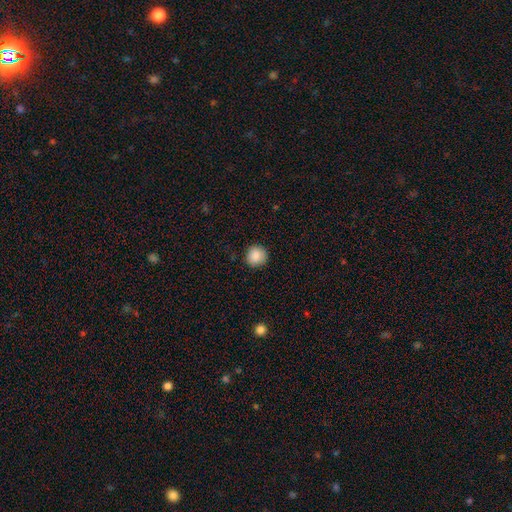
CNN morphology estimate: A smooth galaxy with no disk features (88%) that is round (92%).

Vote fractions:
- Smooth or featured? smooth: 88% / star or artifact: 9% / featured or disk: 4%
- How rounded? round: 92% / in between: 7% / cigar-shaped: 1%
- Merging? none: 89% / minor disturbance: 8% / major disturbance: 2% / merger: 1%